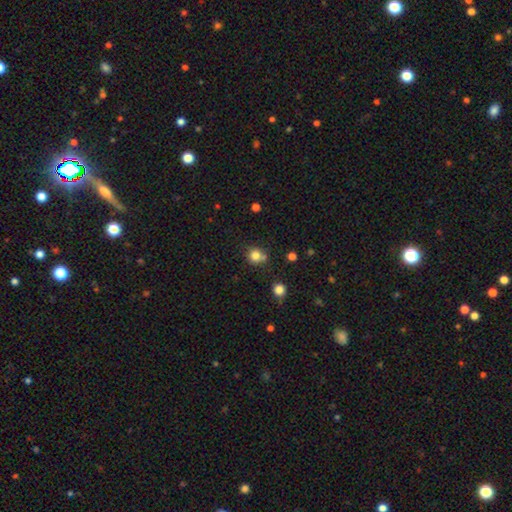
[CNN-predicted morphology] Smooth or featured: smooth — 80% (star or artifact — 13%)
How rounded: round — 87% (in between — 12%)
Merging: none — 65% (merger — 17%)